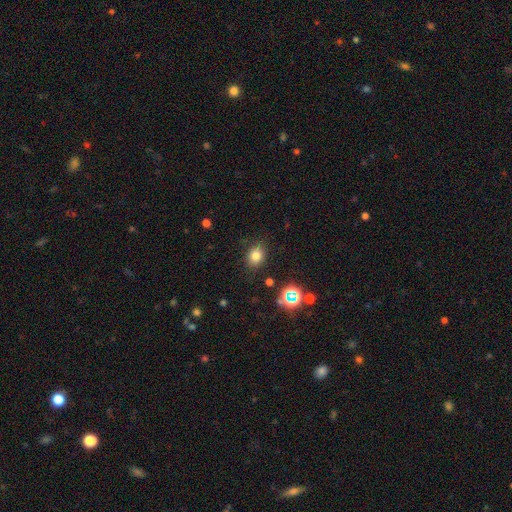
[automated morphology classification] Smooth or featured?
  - smooth: 76% *
  - star or artifact: 16%
  - featured or disk: 7%
How rounded?
  - in between: 52% *
  - round: 47%
  - cigar-shaped: 1%
Merging?
  - none: 84% *
  - minor disturbance: 11%
  - major disturbance: 4%
  - merger: 2%